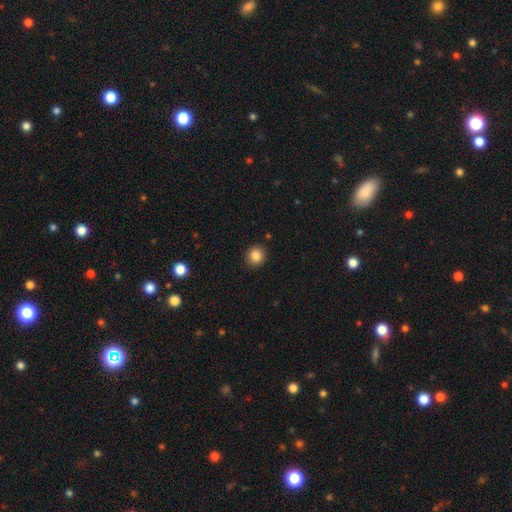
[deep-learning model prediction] This appears to be a smooth galaxy with no disk features (86%) that is round (90%). Merging: none (91%).